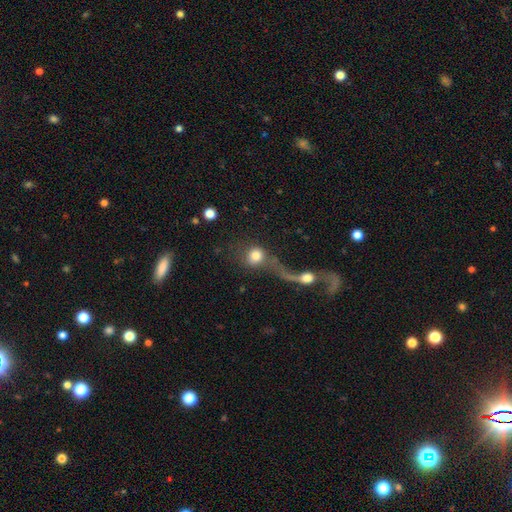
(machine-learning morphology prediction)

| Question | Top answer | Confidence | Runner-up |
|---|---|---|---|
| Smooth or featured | smooth | 73% | featured or disk (18%) |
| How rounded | round | 81% | in between (17%) |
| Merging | merger | 47% | major disturbance (22%) |